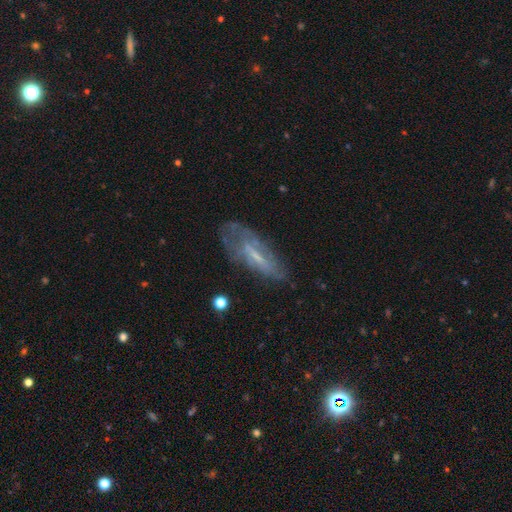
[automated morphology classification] Overall: featured or disk (59%; smooth 32%). Edge-on disk: no (72%). Merging: none (54%; minor disturbance 26%).